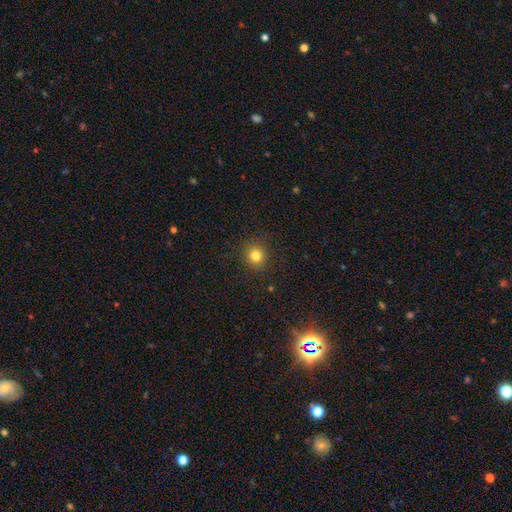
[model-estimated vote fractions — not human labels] A smooth galaxy with no disk features (81%) that is round (91%). Merging: none (91%).